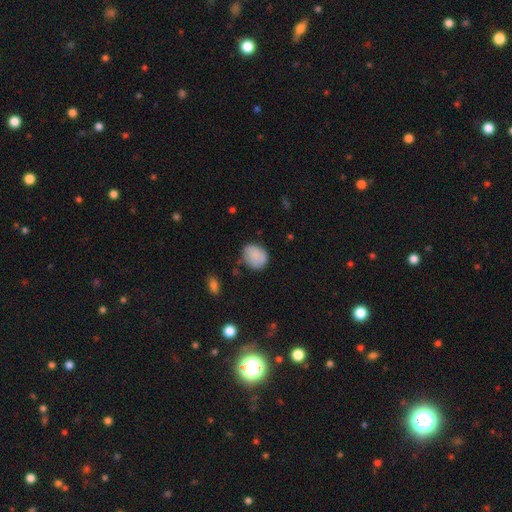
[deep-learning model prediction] Smooth or featured?
  - smooth: 83% *
  - featured or disk: 9%
  - star or artifact: 8%
How rounded?
  - round: 55% *
  - in between: 44%
  - cigar-shaped: 1%
Merging?
  - none: 64% *
  - minor disturbance: 27%
  - major disturbance: 7%
  - merger: 3%